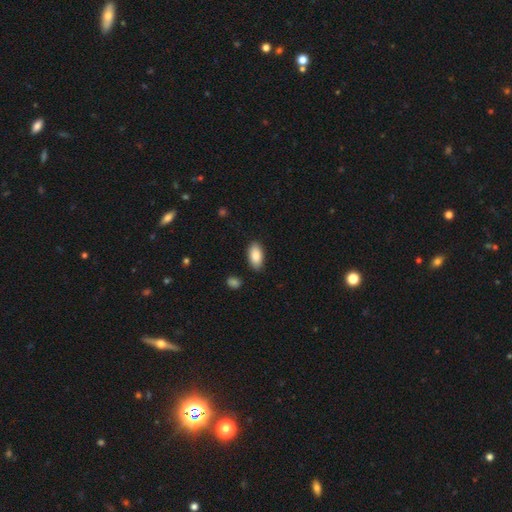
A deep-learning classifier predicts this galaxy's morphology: Overall: smooth (86%). How rounded: in between (93%). Merging: none (88%).